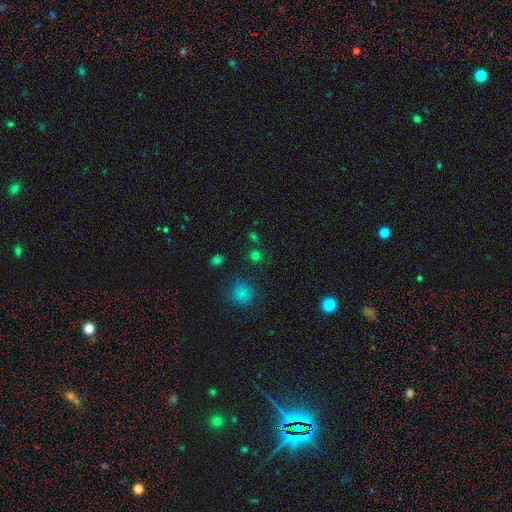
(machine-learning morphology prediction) type=smooth (68%); roundness=round (85%); merging=none (79%).